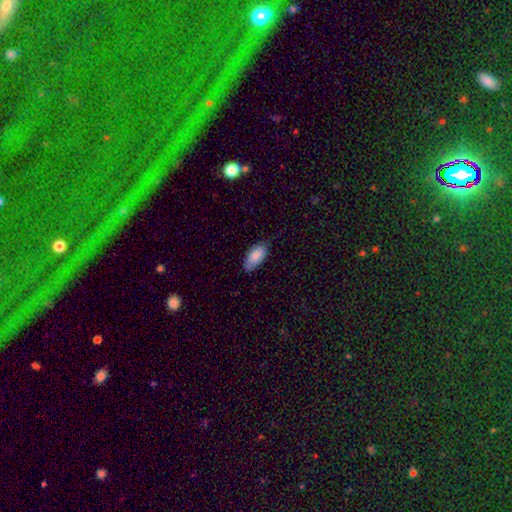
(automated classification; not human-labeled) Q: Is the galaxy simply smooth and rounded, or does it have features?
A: smooth — 85%.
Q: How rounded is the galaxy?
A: in between — 94%.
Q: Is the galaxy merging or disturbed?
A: none — 69%.